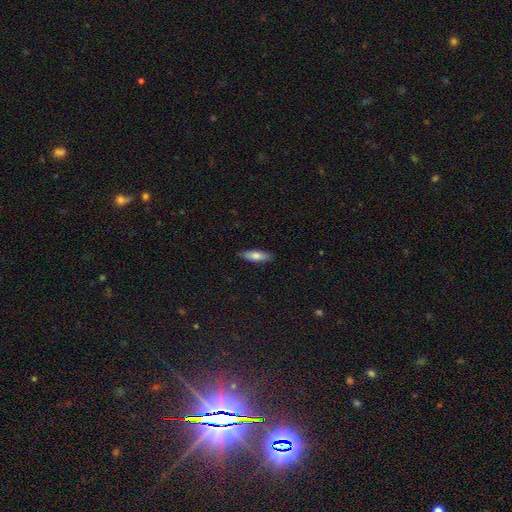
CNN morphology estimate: Smooth or featured? smooth (75%)
How rounded? cigar-shaped (51%)
Merging? none (86%)